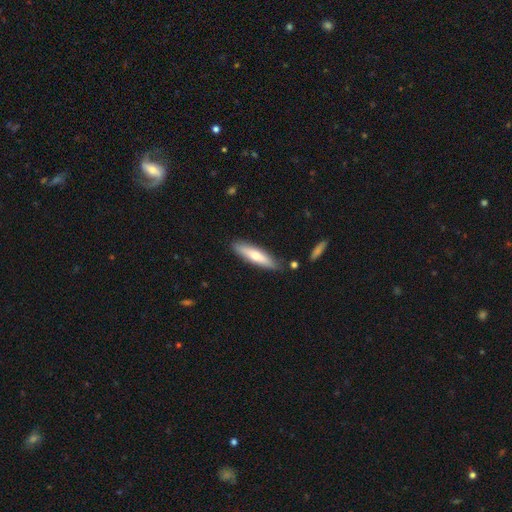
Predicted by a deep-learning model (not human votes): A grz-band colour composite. It shows a smooth galaxy with no disk features (60%) that is cigar-shaped (76%). Merging: none (83%).